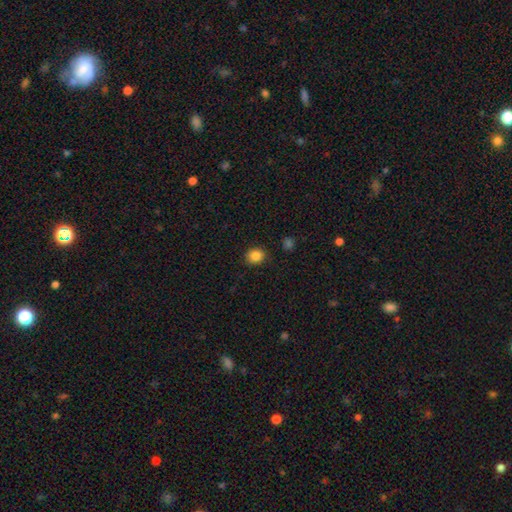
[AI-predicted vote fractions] A smooth galaxy with no disk features (86%) that is round (71%). Merging: none (88%).